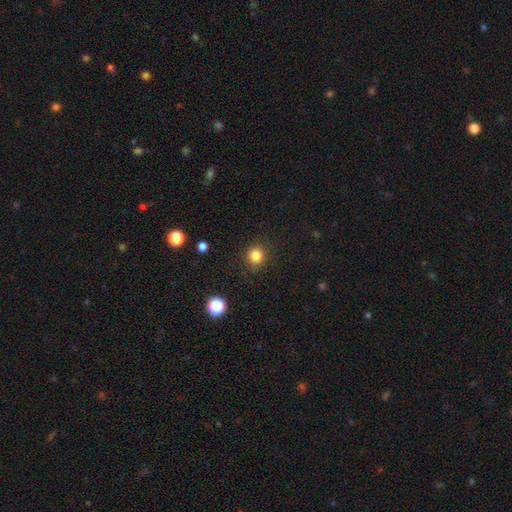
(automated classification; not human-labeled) Overall: smooth (83%). How rounded: round (88%). Merging: none (88%).